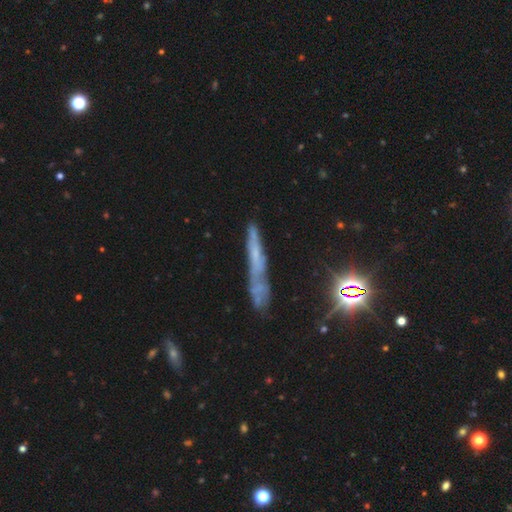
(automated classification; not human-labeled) Smooth or featured: featured or disk — 46% (smooth — 32%)
Merging: none — 51% (minor disturbance — 23%)